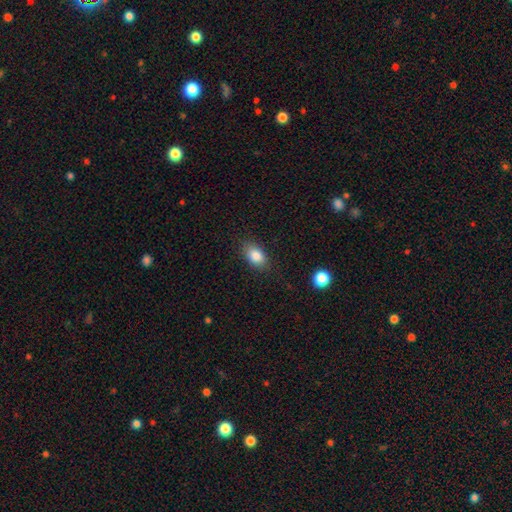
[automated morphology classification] Smooth or featured? Predicted: smooth (p=0.85). How rounded? Predicted: in between (p=0.85). Merging? Predicted: none (p=0.83).